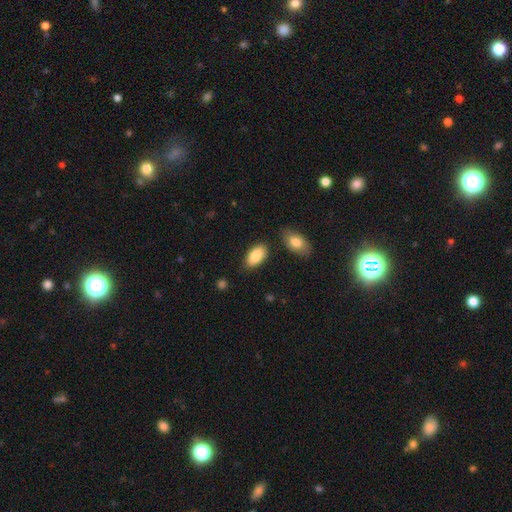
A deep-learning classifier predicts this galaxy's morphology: This is clearly a smooth galaxy (86%). How rounded: clearly in between (95%). Merging: clearly none (81%).